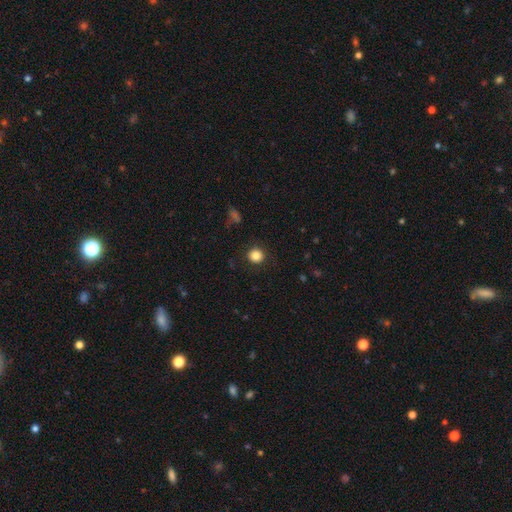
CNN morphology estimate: A smooth galaxy with no disk features (85%) that is round (91%). Merging: none (89%).